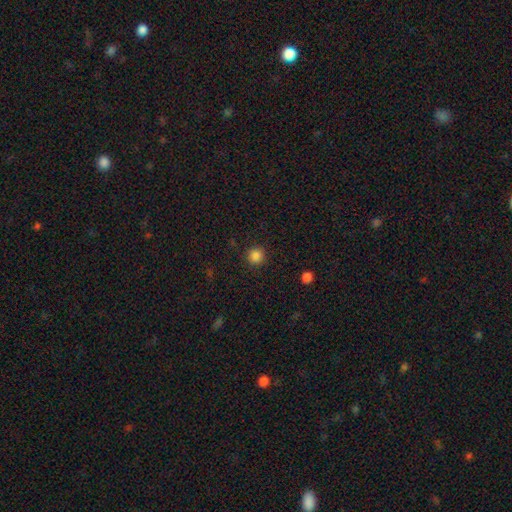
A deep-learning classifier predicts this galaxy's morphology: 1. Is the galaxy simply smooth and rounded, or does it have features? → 85% smooth, 12% star or artifact, 3% featured or disk.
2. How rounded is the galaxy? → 94% round, 5% in between, 1% cigar-shaped.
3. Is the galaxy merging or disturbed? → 91% none, 6% minor disturbance, 2% major disturbance, 1% merger.